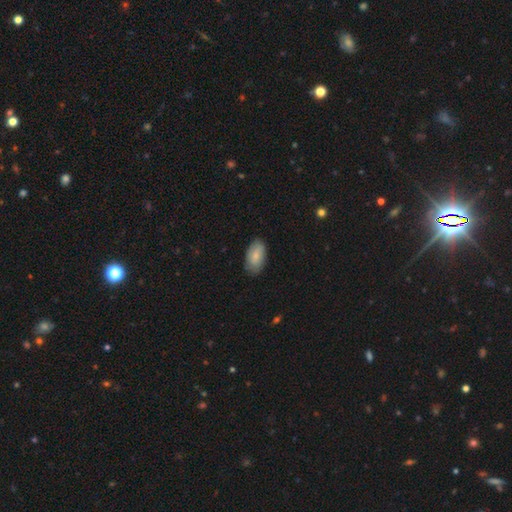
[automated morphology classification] This appears to be a smooth galaxy with no disk features (79%) that is in between round and cigar-shaped (94%). Merging: none (81%).